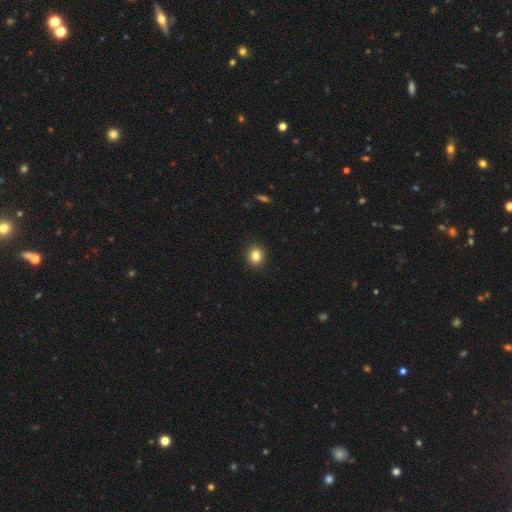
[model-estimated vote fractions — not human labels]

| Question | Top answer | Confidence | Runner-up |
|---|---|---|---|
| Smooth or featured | smooth | 83% | star or artifact (11%) |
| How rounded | round | 78% | in between (21%) |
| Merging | none | 92% | minor disturbance (5%) |